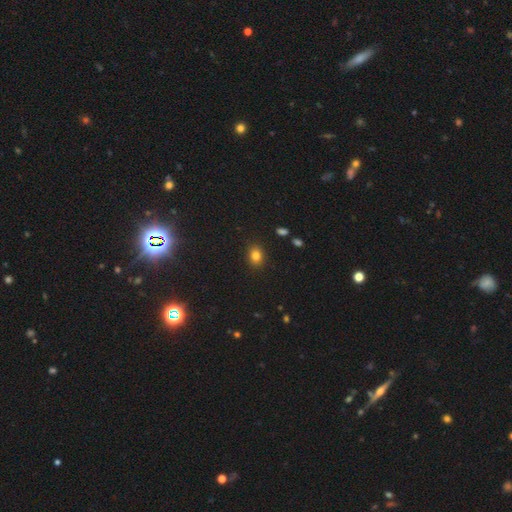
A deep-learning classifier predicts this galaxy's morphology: The model was most divided on "how rounded": round: 55%, in between: 44%, cigar-shaped: 1%. More confident: merging — none (88%); smooth or featured — smooth (81%).